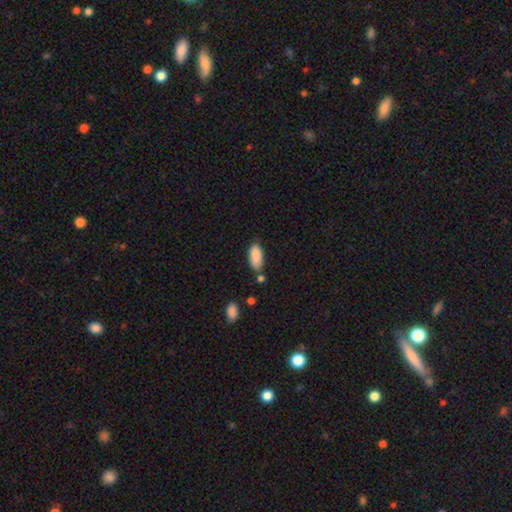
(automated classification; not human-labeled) Q: Smooth or featured?
A: smooth (89%); runner-up: star or artifact (7%)
Q: How rounded?
A: in between (89%); runner-up: cigar-shaped (9%)
Q: Merging?
A: none (70%); runner-up: minor disturbance (18%)